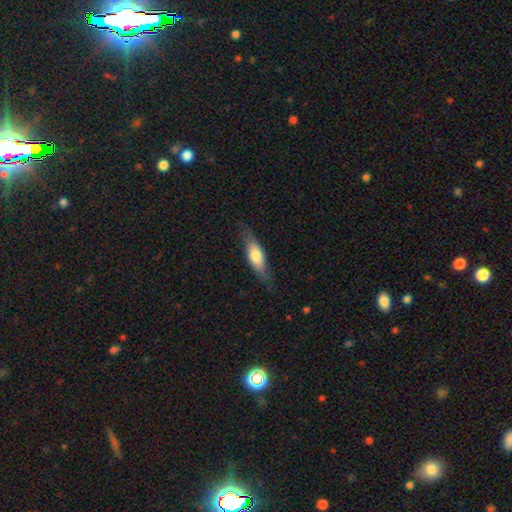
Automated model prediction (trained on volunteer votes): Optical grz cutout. It shows a smooth galaxy with no disk features (62%) that is cigar-shaped (53%). Merging: none (76%).